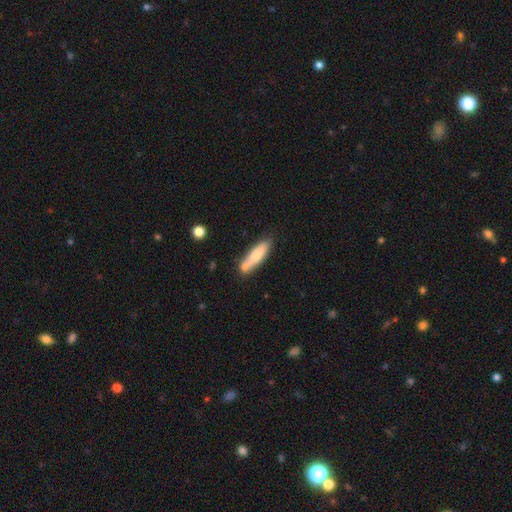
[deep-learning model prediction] This appears to be a smooth galaxy with no disk features (71%) that is cigar-shaped (71%). Merging: none (62%).